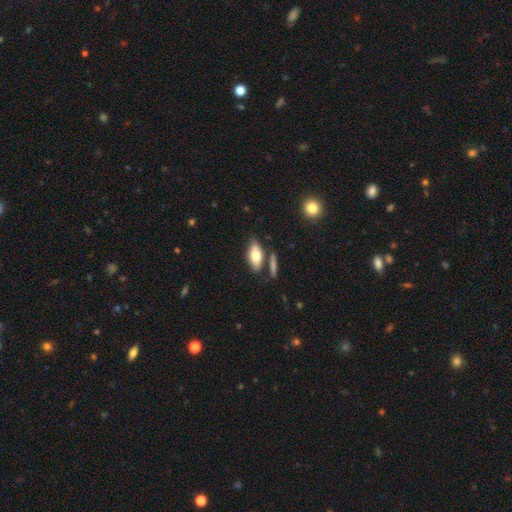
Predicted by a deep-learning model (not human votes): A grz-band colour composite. It shows a smooth galaxy with no disk features (71%) that is in between round and cigar-shaped (81%). Merging: none (70%).